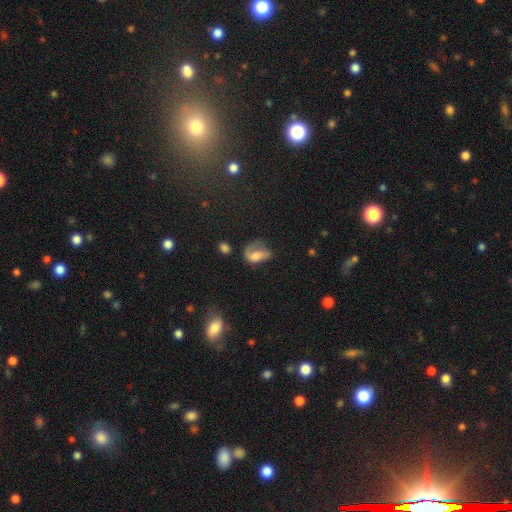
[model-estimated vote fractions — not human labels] Smooth or featured? Predicted: smooth (p=0.48). Merging? Predicted: major disturbance (p=0.43).